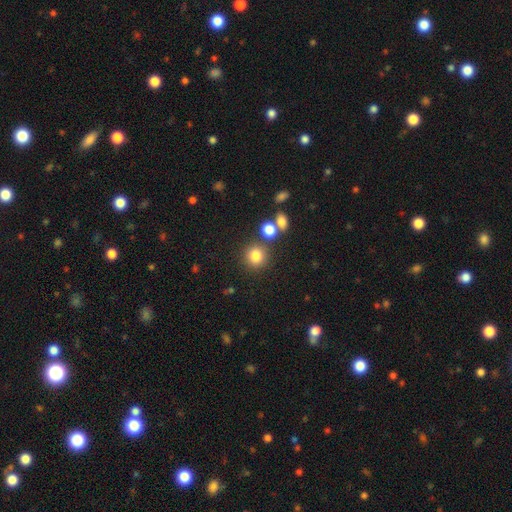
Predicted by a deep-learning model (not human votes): smooth 81%, star or artifact 13%, featured or disk 7%. Down the decision tree: how rounded — round (88%); merging — none (77%).